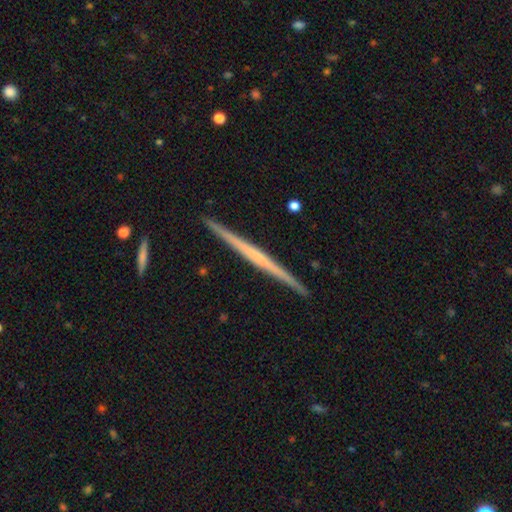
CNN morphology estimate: smooth_or_featured: featured or disk (p=0.69) [alt: smooth p=0.26]
disk_edge_on: yes (p=0.98) [alt: no p=0.02]
edge_on_bulge: none (p=0.75) [alt: rounded p=0.17]
merging: none (p=0.93) [alt: minor disturbance p=0.05]